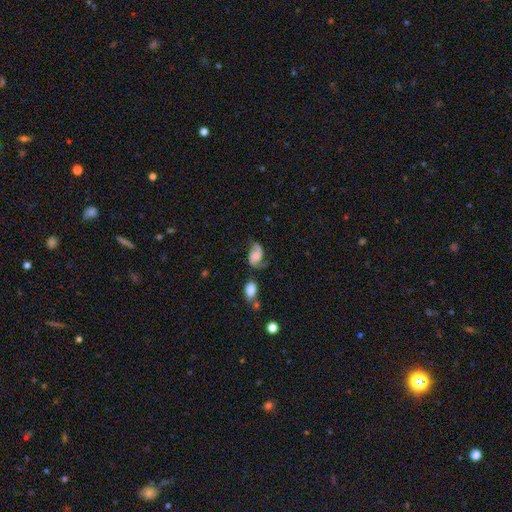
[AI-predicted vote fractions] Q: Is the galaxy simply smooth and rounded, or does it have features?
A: featured or disk — 75%.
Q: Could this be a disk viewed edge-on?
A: no — 97%.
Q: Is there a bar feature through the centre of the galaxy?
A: no — 57%.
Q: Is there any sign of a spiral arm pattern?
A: yes — 95%.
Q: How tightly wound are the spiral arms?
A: loose — 56%.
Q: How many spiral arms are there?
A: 2 — 90%.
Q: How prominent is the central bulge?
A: none — 41%.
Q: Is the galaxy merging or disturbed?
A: none — 56%.